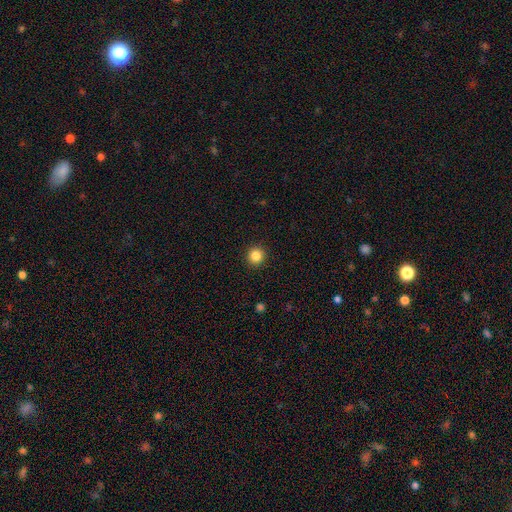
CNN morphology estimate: Overall: smooth (85%). How rounded: round (95%). Merging: none (93%).